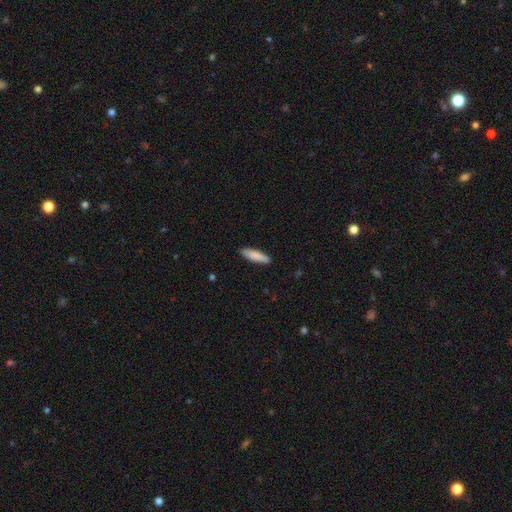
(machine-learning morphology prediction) Q: Smooth or featured?
A: smooth (85%); runner-up: featured or disk (10%)
Q: How rounded?
A: cigar-shaped (74%); runner-up: in between (25%)
Q: Merging?
A: none (88%); runner-up: minor disturbance (10%)